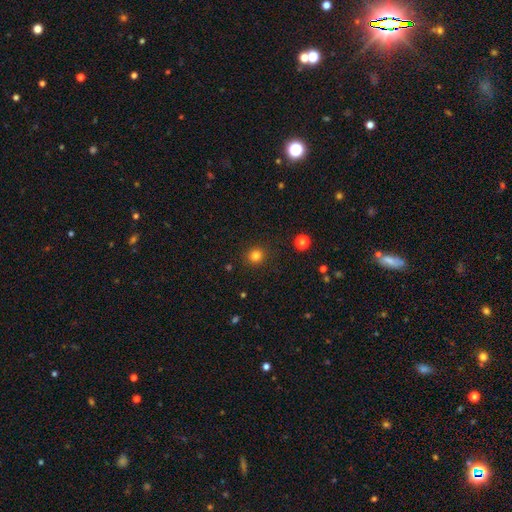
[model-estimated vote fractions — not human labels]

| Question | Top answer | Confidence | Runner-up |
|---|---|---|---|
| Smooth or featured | smooth | 81% | star or artifact (14%) |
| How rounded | round | 91% | in between (8%) |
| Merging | none | 91% | minor disturbance (6%) |